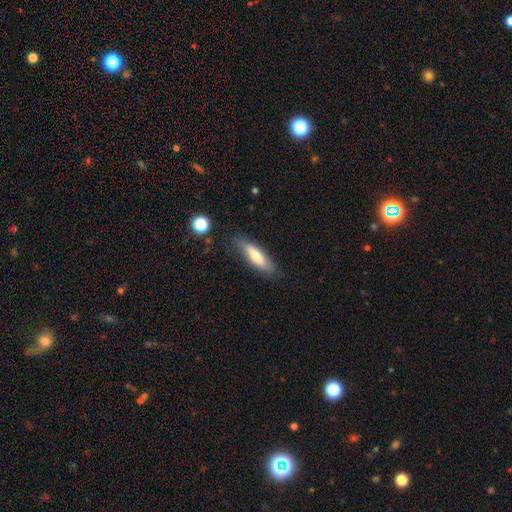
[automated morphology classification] smooth_or_featured: smooth (p=0.68) [alt: featured or disk p=0.25]
how_rounded: cigar-shaped (p=0.63) [alt: in between p=0.35]
merging: none (p=0.77) [alt: minor disturbance p=0.17]